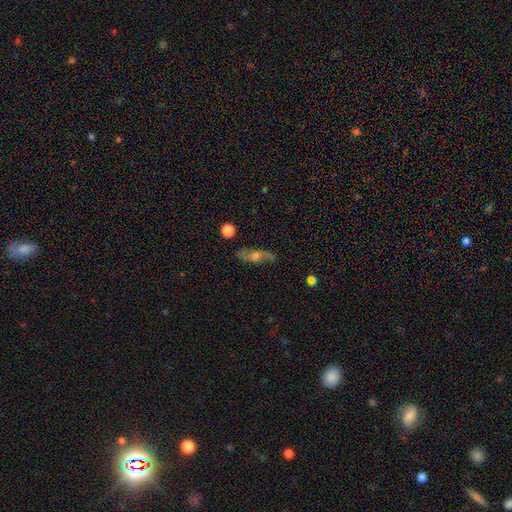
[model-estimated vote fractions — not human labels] Morphology: type=featured or disk (63%); edge-on=no (70%); merging=none (81%).